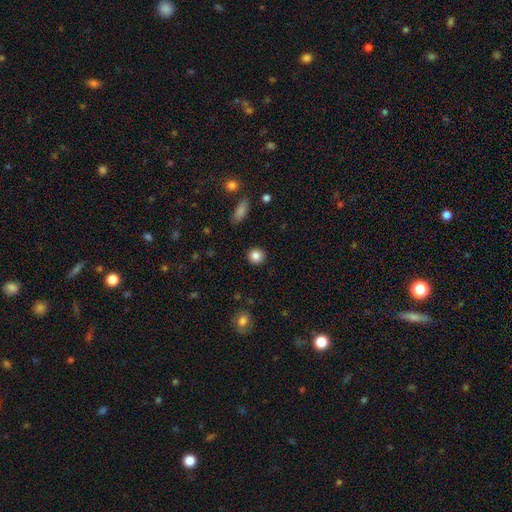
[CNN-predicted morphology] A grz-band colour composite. It shows a smooth galaxy with no disk features (86%) that is round (90%). Merging: none (91%).